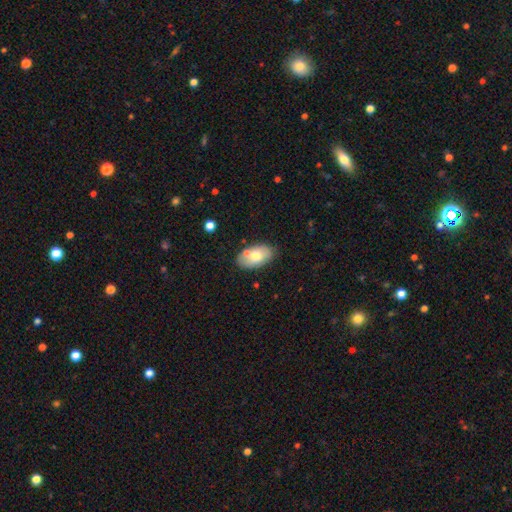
Q: Smooth or featured?
A: smooth (74%); runner-up: featured or disk (23%)
Q: How rounded?
A: in between (93%); runner-up: round (7%)
Q: Merging?
A: none (79%); runner-up: minor disturbance (13%)